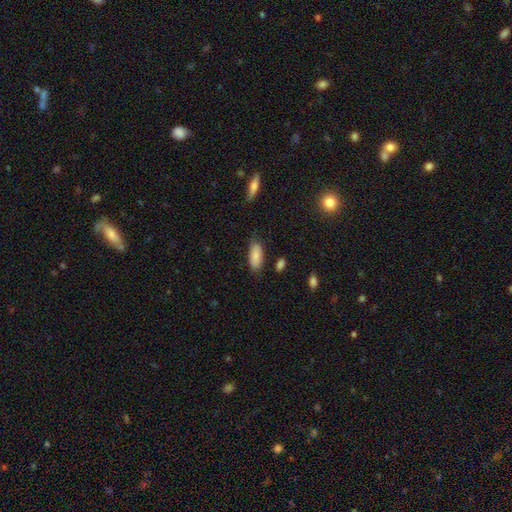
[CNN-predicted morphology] A smooth galaxy with no disk features (86%) that is in between round and cigar-shaped (83%).

Vote fractions:
- Smooth or featured? smooth: 86% / featured or disk: 8% / star or artifact: 7%
- How rounded? in between: 83% / cigar-shaped: 15% / round: 2%
- Merging? none: 78% / minor disturbance: 16% / major disturbance: 3% / merger: 3%